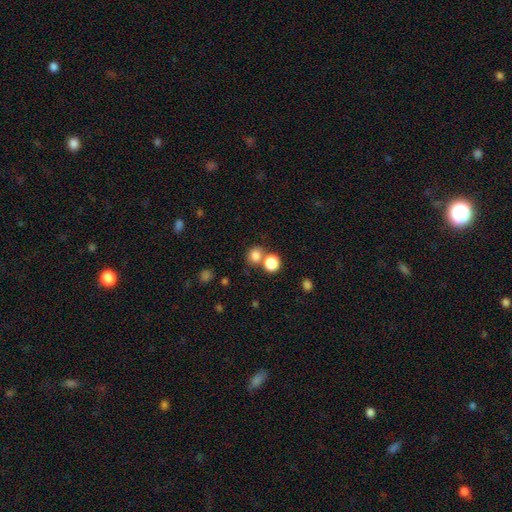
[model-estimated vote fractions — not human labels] Overall: smooth (81%). How rounded: round (76%). Merging: none (56%; merger 32%).